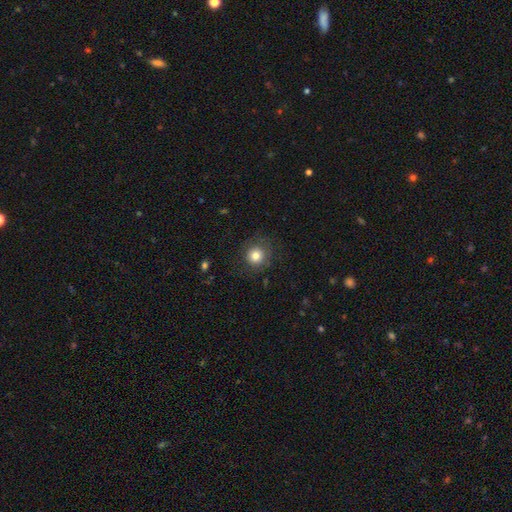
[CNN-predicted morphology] Smooth or featured? Predicted: smooth (p=0.80). How rounded? Predicted: round (p=0.91). Merging? Predicted: none (p=0.82).